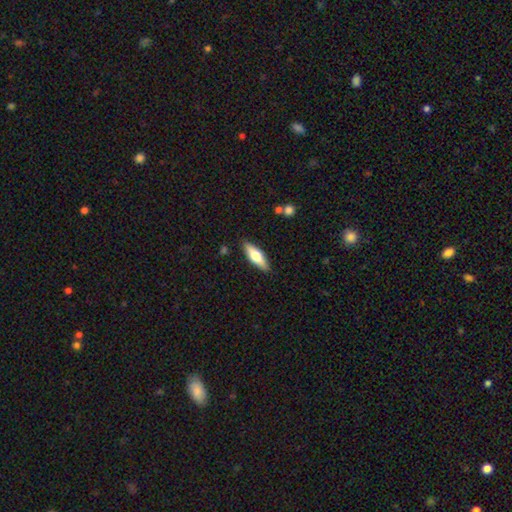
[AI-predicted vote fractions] This is possibly a smooth galaxy (56%). How rounded: possibly in between (50%). Merging: clearly none (88%).